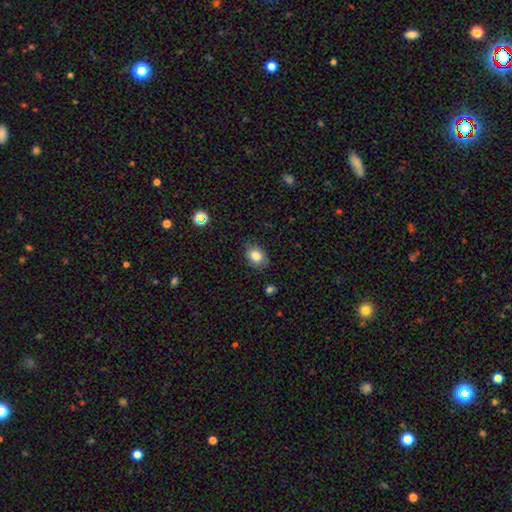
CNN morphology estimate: Smooth or featured: smooth — 83% (star or artifact — 9%)
How rounded: in between — 70% (round — 29%)
Merging: none — 83% (minor disturbance — 13%)